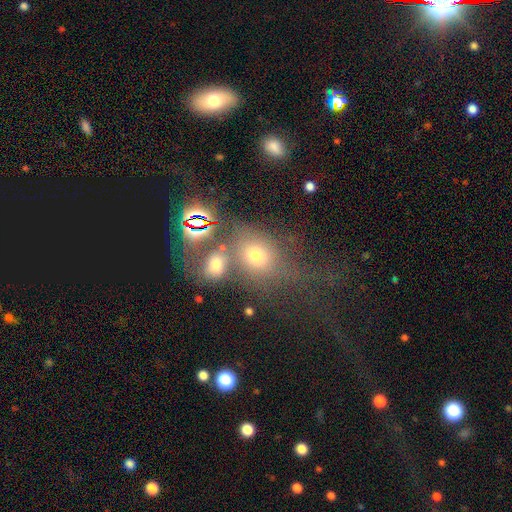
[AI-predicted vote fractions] A smooth galaxy with no disk features (61%) that is round (52%).

Vote fractions:
- Smooth or featured? smooth: 61% / star or artifact: 23% / featured or disk: 16%
- How rounded? round: 52% / in between: 46% / cigar-shaped: 2%
- Merging? merger: 39% / none: 35% / major disturbance: 14% / minor disturbance: 12%